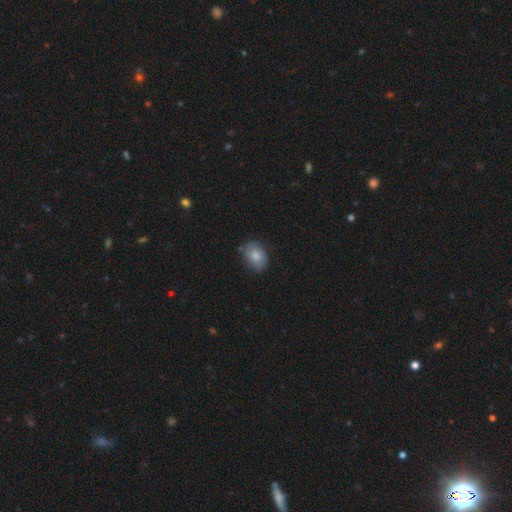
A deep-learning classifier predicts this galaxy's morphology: The model was most divided on "how rounded": in between: 71%, round: 28%, cigar-shaped: 1%. More confident: smooth or featured — smooth (78%); merging — none (72%).